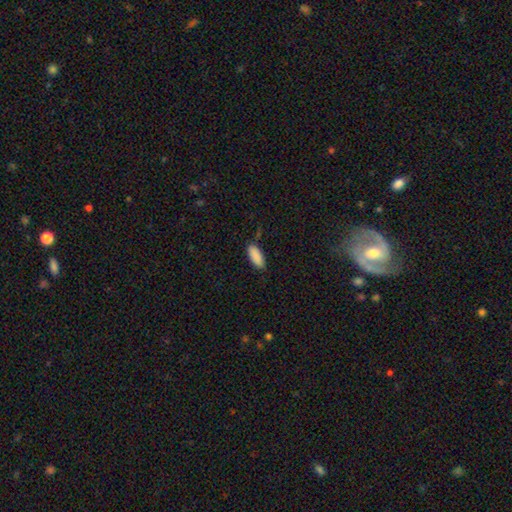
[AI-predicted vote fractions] This is clearly a smooth galaxy (90%). How rounded: clearly in between (81%). Merging: clearly none (81%).